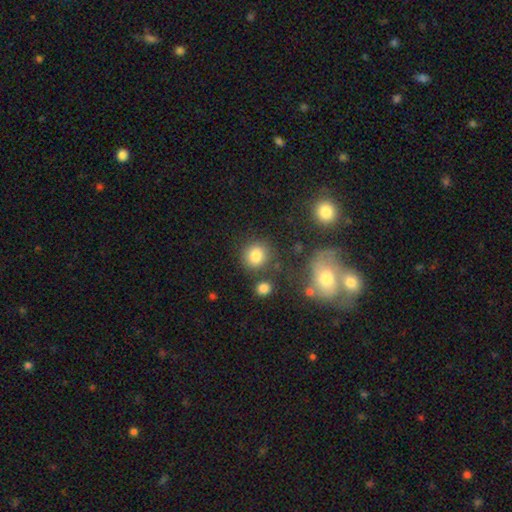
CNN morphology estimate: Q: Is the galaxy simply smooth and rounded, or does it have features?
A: smooth — 81%.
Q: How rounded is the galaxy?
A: round — 83%.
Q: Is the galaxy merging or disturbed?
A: none — 78%.